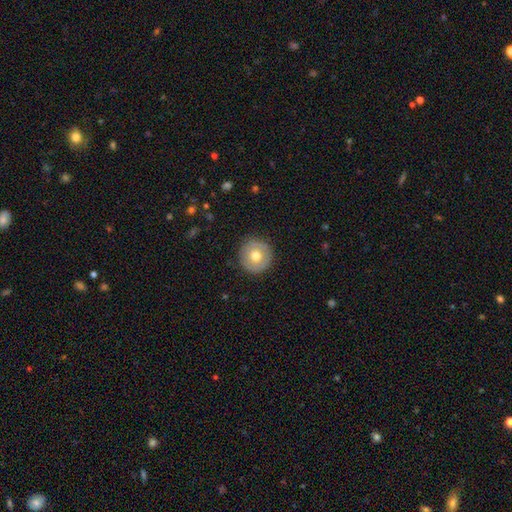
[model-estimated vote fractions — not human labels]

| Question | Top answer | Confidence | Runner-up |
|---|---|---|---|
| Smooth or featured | smooth | 64% | featured or disk (28%) |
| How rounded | round | 95% | in between (4%) |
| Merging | none | 88% | minor disturbance (9%) |